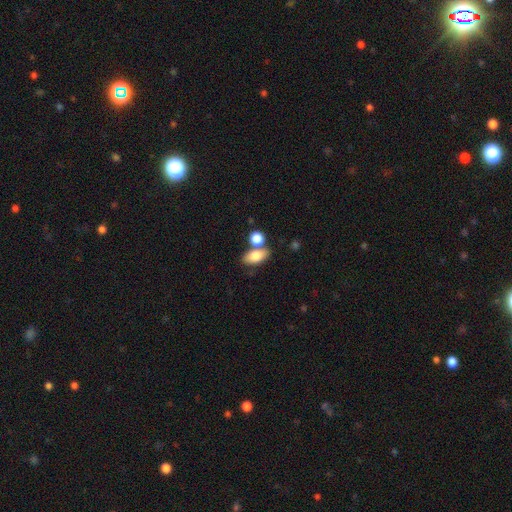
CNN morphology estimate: Smooth or featured: smooth — 78% (featured or disk — 14%)
How rounded: in between — 84% (round — 11%)
Merging: none — 59% (merger — 25%)